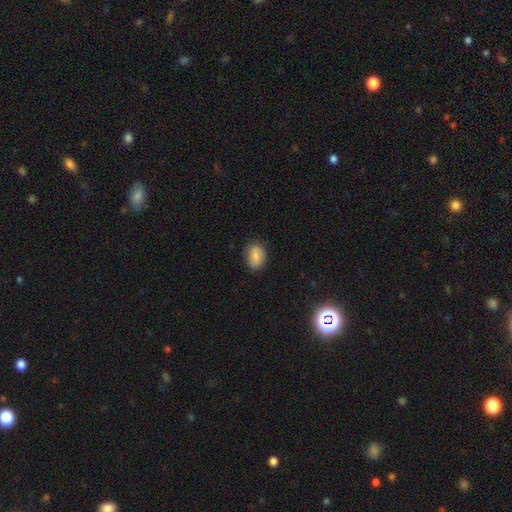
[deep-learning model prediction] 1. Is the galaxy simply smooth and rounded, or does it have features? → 80% smooth, 12% featured or disk, 8% star or artifact.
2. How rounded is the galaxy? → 74% in between, 24% round, 1% cigar-shaped.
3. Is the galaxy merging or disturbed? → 80% none, 16% minor disturbance, 3% major disturbance, 1% merger.